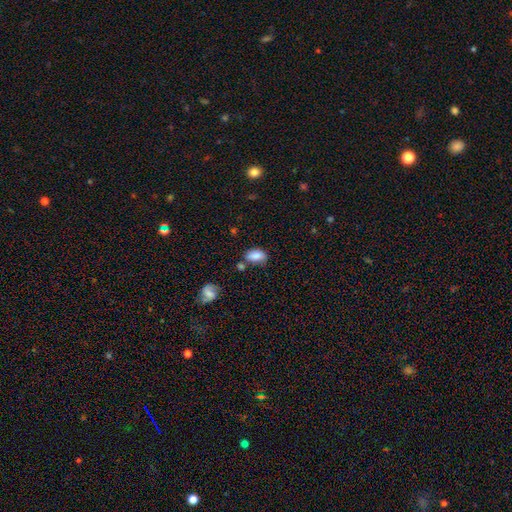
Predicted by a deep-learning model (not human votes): Overall: smooth (84%). How rounded: in between (91%). Merging: none (58%; minor disturbance 24%).